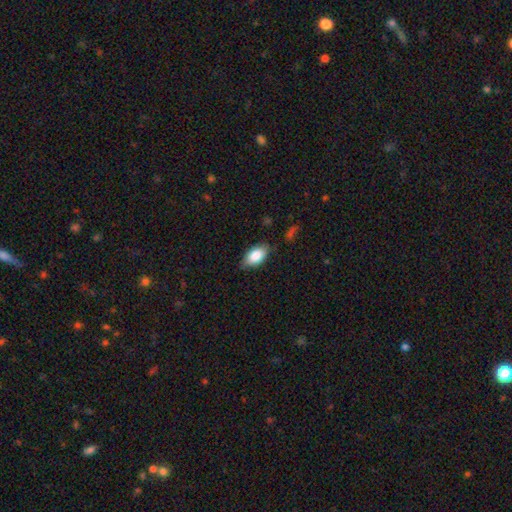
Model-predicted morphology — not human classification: type=smooth (83%); roundness=in between (92%); merging=none (77%).